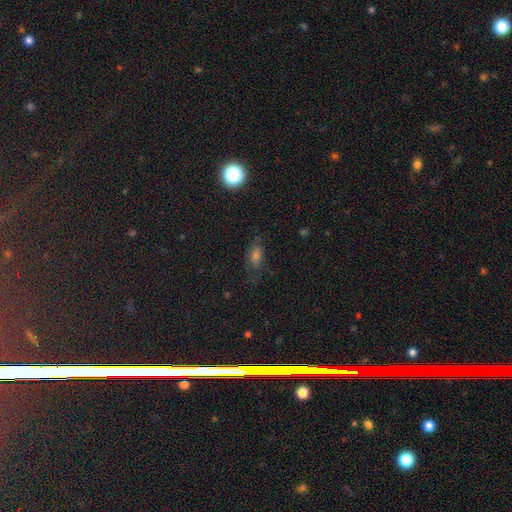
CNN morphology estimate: Overall: smooth (55%; star or artifact 27%). How rounded: in between (72%). Merging: none (69%).